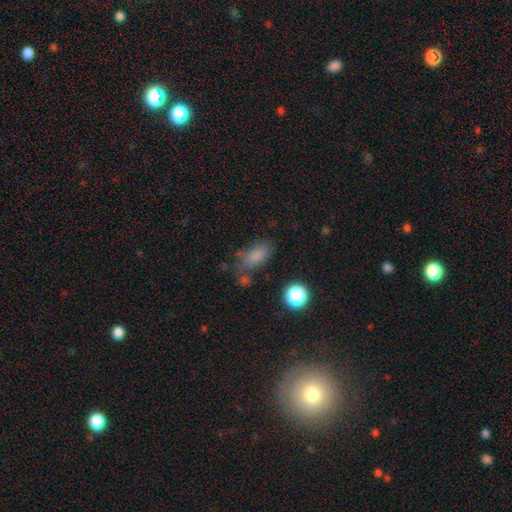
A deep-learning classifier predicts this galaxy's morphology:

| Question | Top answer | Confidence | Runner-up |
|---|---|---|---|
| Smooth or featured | smooth | 79% | star or artifact (13%) |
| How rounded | in between | 84% | round (9%) |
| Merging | none | 59% | minor disturbance (22%) |